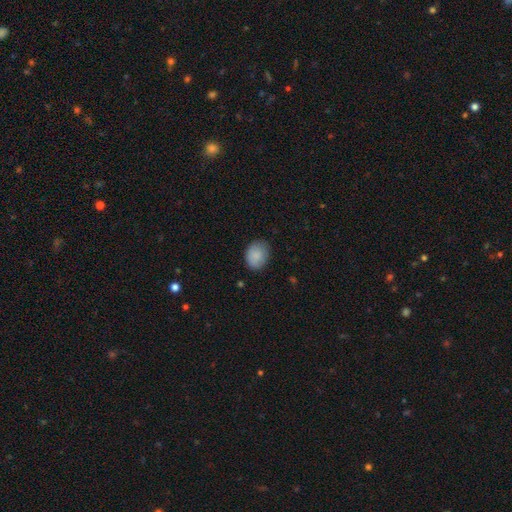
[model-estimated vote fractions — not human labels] Overall: smooth (87%). How rounded: in between (65%; round 35%). Merging: none (79%).